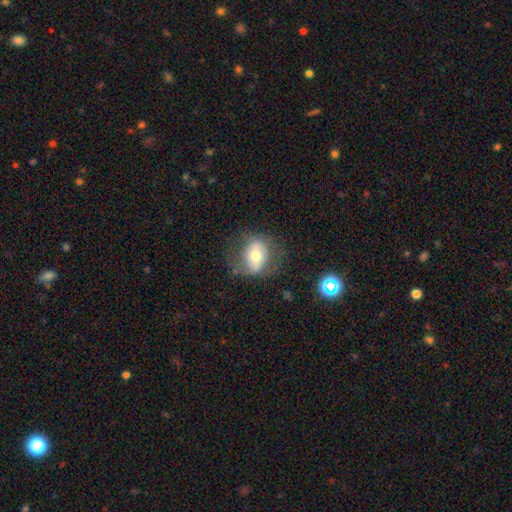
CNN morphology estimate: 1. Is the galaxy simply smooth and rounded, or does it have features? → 54% smooth, 36% featured or disk, 9% star or artifact.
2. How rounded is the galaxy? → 56% in between, 42% round, 2% cigar-shaped.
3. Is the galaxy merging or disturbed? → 63% none, 21% minor disturbance, 14% major disturbance, 2% merger.